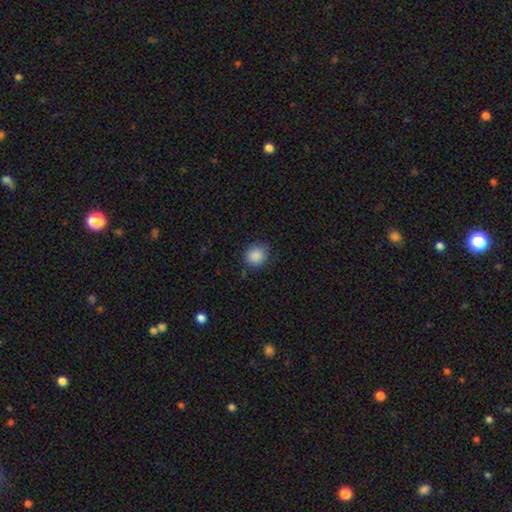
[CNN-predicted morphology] Smooth or featured? Predicted: smooth (p=0.88). How rounded? Predicted: round (p=0.79). Merging? Predicted: none (p=0.80).